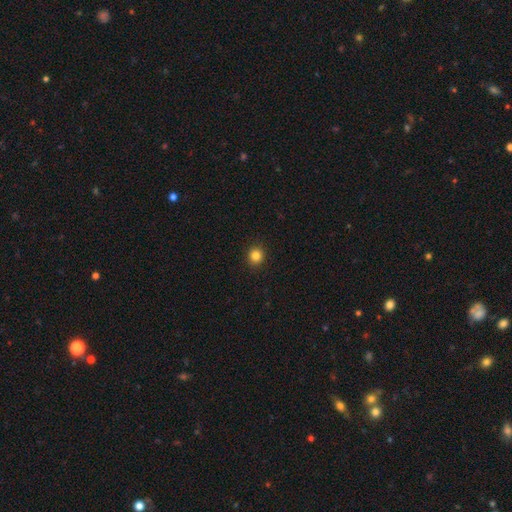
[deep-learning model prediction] Morphology: type=smooth (84%); roundness=round (87%); merging=none (92%).